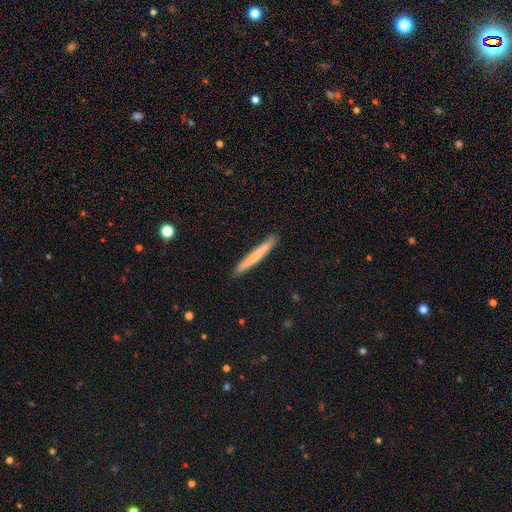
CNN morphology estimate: This appears to be a smooth galaxy with no disk features (68%) that is cigar-shaped (97%). Merging: none (89%).